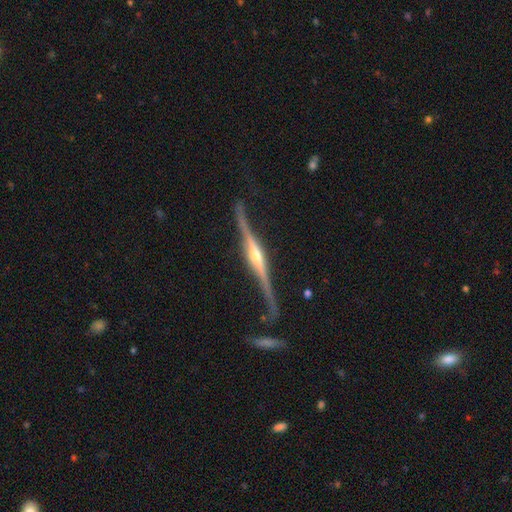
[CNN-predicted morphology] Smooth or featured?
  - featured or disk: 89% *
  - smooth: 6%
  - star or artifact: 5%
Edge-on disk?
  - yes: 95% *
  - no: 5%
Edge-on bulge?
  - rounded: 86% *
  - boxy: 8%
  - none: 6%
Merging?
  - none: 70% *
  - minor disturbance: 19%
  - major disturbance: 7%
  - merger: 4%